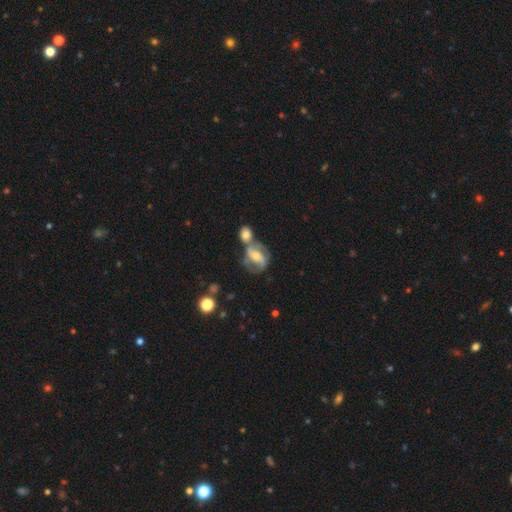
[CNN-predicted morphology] Smooth or featured: featured or disk — 68% (smooth — 24%)
Edge-on disk: no — 95% (yes — 5%)
Bar: weak — 40% (strong — 34%)
Spiral arms: yes — 79% (no — 21%)
Spiral winding: medium — 48% (tight — 28%)
Spiral arm count: 2 — 75% (can't tell — 15%)
Bulge size: moderate — 53% (small — 37%)
Merging: merger — 46% (none — 32%)